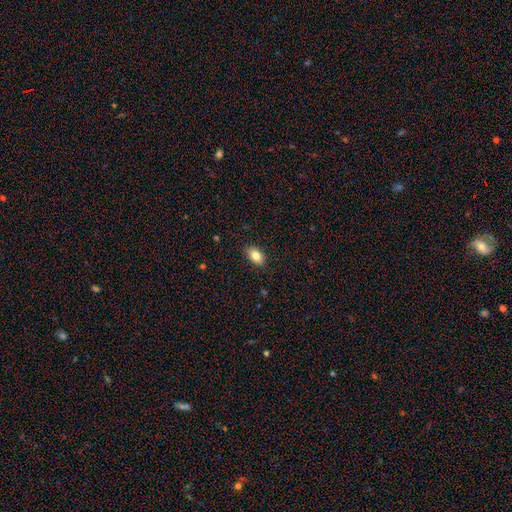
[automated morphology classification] Smooth or featured?
  - smooth: 83% *
  - featured or disk: 9%
  - star or artifact: 8%
How rounded?
  - in between: 87% *
  - round: 12%
  - cigar-shaped: 1%
Merging?
  - none: 87% *
  - minor disturbance: 10%
  - major disturbance: 2%
  - merger: 1%